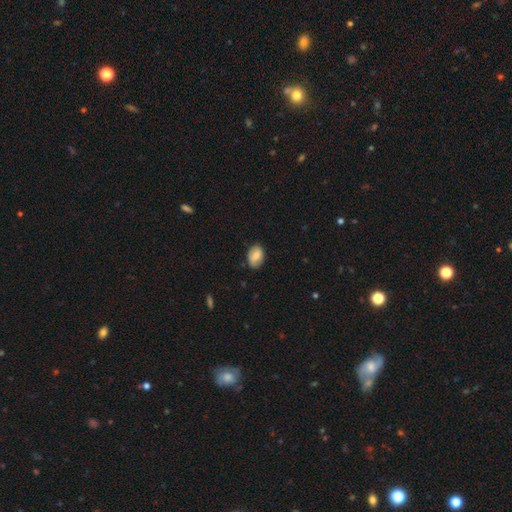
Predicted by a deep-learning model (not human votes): smooth_or_featured: smooth (p=0.75) [alt: featured or disk p=0.18]
how_rounded: in between (p=0.84) [alt: round p=0.15]
merging: none (p=0.80) [alt: minor disturbance p=0.16]